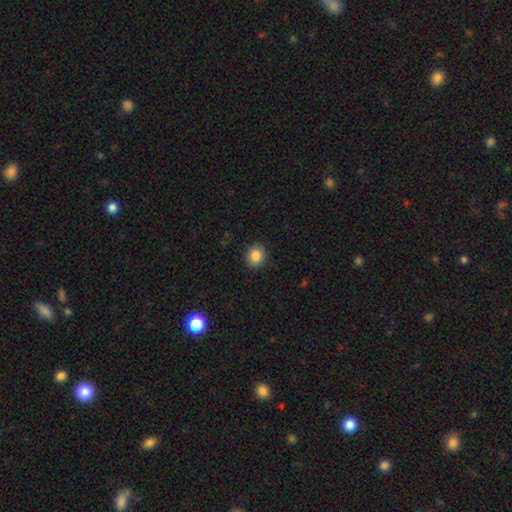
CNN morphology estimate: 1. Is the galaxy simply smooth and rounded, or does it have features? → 85% smooth, 10% star or artifact, 5% featured or disk.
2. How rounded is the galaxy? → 82% round, 17% in between, 1% cigar-shaped.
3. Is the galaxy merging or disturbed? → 91% none, 6% minor disturbance, 2% major disturbance, 1% merger.